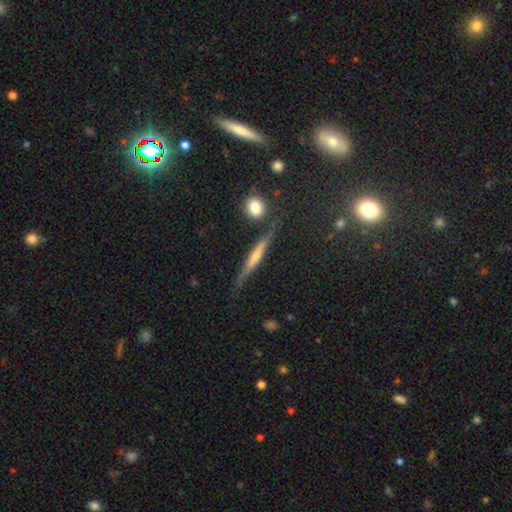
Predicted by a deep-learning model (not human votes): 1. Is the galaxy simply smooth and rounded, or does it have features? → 73% featured or disk, 15% smooth, 13% star or artifact.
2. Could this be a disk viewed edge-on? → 97% yes, 3% no.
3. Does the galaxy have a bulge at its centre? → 72% rounded, 17% none, 10% boxy.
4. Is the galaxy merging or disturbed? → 86% none, 9% minor disturbance, 2% merger, 2% major disturbance.